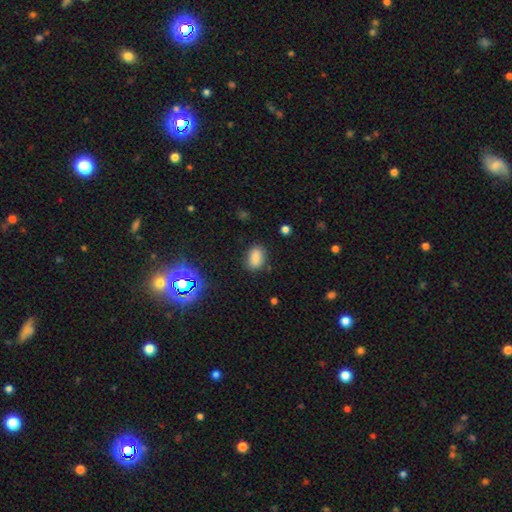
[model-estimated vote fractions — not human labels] Smooth or featured? smooth (81%)
How rounded? in between (80%)
Merging? none (81%)